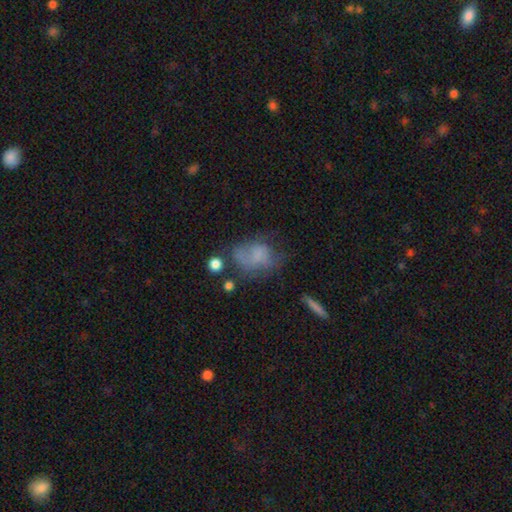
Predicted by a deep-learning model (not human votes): Smooth or featured: smooth — 56% (featured or disk — 31%)
How rounded: in between — 68% (round — 30%)
Merging: none — 34% (major disturbance — 30%)